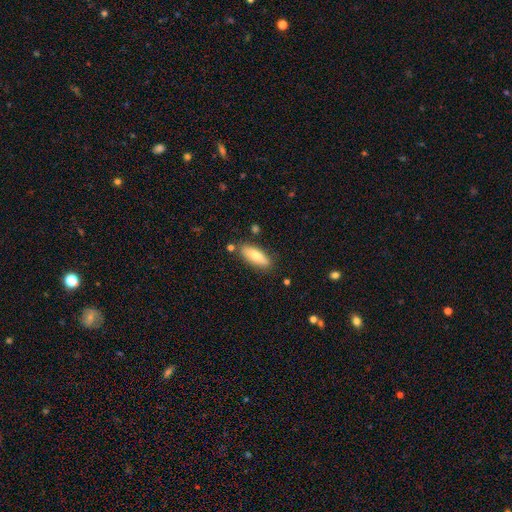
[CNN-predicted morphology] This is likely a smooth galaxy (77%). How rounded: possibly in between (59%). Merging: clearly none (82%).